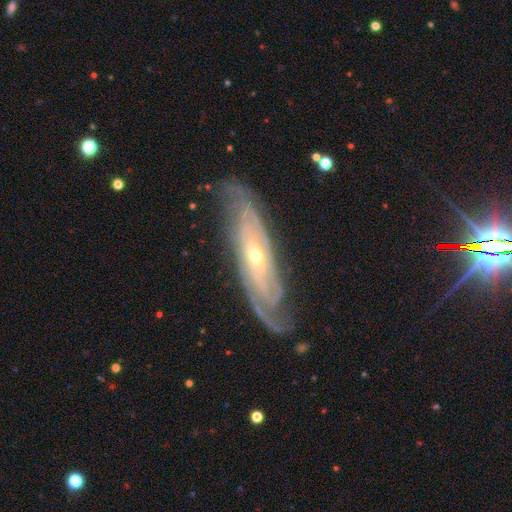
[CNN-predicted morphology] smooth-or-featured: featured or disk: 87% | smooth: 7% | star or artifact: 6%
  disk-edge-on: no: 81% | yes: 19%
    bar: no: 56% | weak: 28% | strong: 15%
    has-spiral-arms: yes: 96% | no: 4%
      spiral-winding: tight: 70% | medium: 24% | loose: 6%
      spiral-arm-count: can't tell: 38% | 2: 28% | 3: 14% | 4: 9% | more than 4: 6% | 1: 5%
    bulge-size: small: 65% | moderate: 32% | large: 1% | none: 1% | dominant: 1%
  merging: none: 76% | minor disturbance: 16% | major disturbance: 6% | merger: 1%